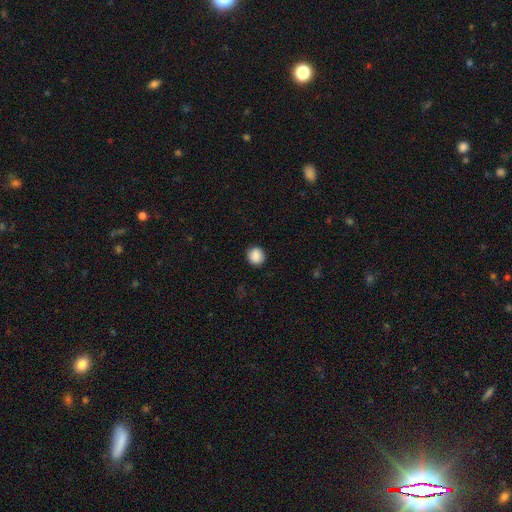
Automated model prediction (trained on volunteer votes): smooth_or_featured: smooth (p=0.88) [alt: star or artifact p=0.08]
how_rounded: round (p=0.90) [alt: in between p=0.09]
merging: none (p=0.90) [alt: minor disturbance p=0.07]